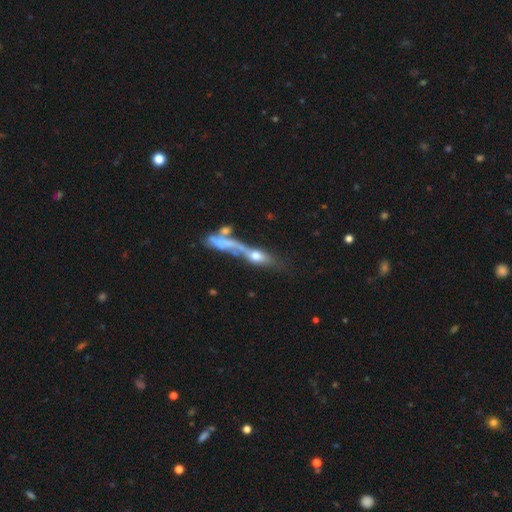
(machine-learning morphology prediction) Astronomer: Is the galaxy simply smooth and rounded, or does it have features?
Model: smooth — 48% (runner-up: featured or disk, 42%).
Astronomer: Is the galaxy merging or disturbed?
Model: merger — 48%.